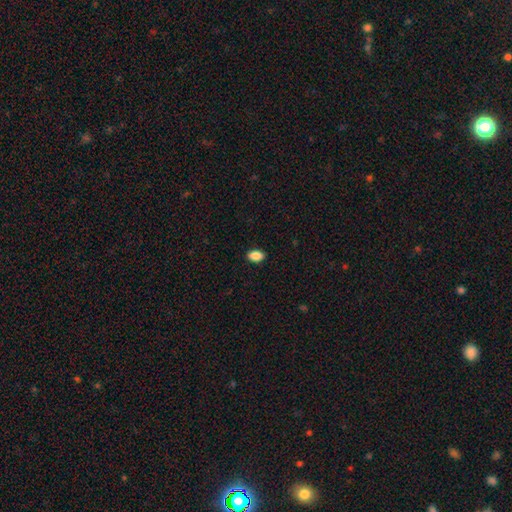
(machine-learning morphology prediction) smooth_or_featured: smooth (p=0.89) [alt: star or artifact p=0.08]
how_rounded: in between (p=0.89) [alt: round p=0.09]
merging: none (p=0.89) [alt: minor disturbance p=0.08]